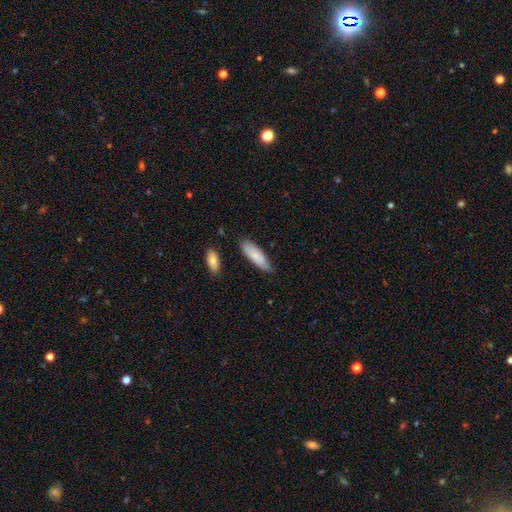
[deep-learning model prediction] Q: Smooth or featured?
A: smooth (78%); runner-up: featured or disk (16%)
Q: How rounded?
A: in between (60%); runner-up: cigar-shaped (38%)
Q: Merging?
A: none (75%); runner-up: minor disturbance (19%)